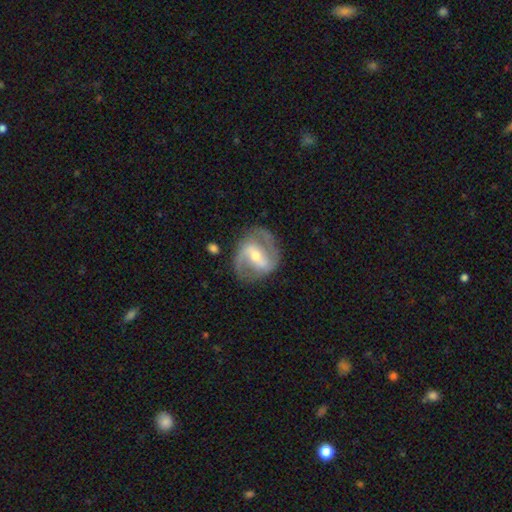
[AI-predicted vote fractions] Q: Smooth or featured?
A: featured or disk (85%); runner-up: smooth (10%)
Q: Edge-on disk?
A: no (97%); runner-up: yes (3%)
Q: Bar?
A: strong (43%); runner-up: weak (40%)
Q: Spiral arms?
A: yes (93%); runner-up: no (7%)
Q: Spiral winding?
A: medium (54%); runner-up: loose (25%)
Q: Spiral arm count?
A: 2 (89%); runner-up: can't tell (4%)
Q: Bulge size?
A: moderate (58%); runner-up: small (36%)
Q: Merging?
A: none (77%); runner-up: minor disturbance (14%)